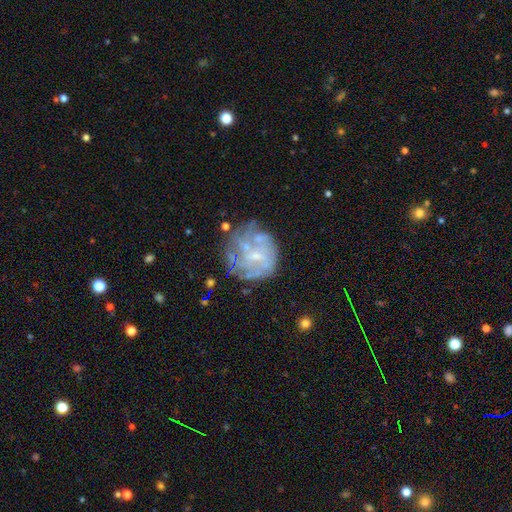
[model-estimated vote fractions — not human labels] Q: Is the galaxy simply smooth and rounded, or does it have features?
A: featured or disk — 67%.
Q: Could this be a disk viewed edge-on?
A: no — 98%.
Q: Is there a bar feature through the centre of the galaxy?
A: no — 59%.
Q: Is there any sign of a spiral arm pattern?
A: yes — 52%.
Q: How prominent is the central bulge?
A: small — 59%.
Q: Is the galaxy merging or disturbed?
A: none — 56%.